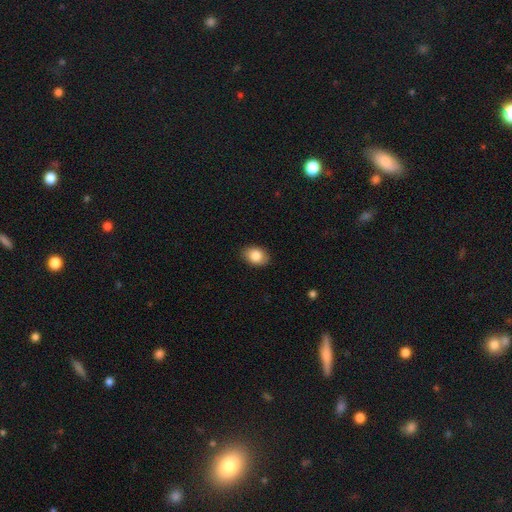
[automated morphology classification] Smooth or featured? Predicted: smooth (p=0.86). How rounded? Predicted: in between (p=0.73). Merging? Predicted: none (p=0.88).